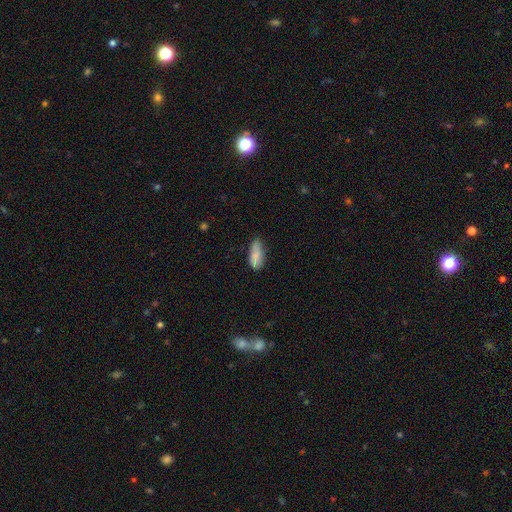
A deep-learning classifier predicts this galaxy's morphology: Smooth or featured: smooth — 81% (featured or disk — 12%)
How rounded: in between — 84% (cigar-shaped — 13%)
Merging: none — 60% (minor disturbance — 32%)